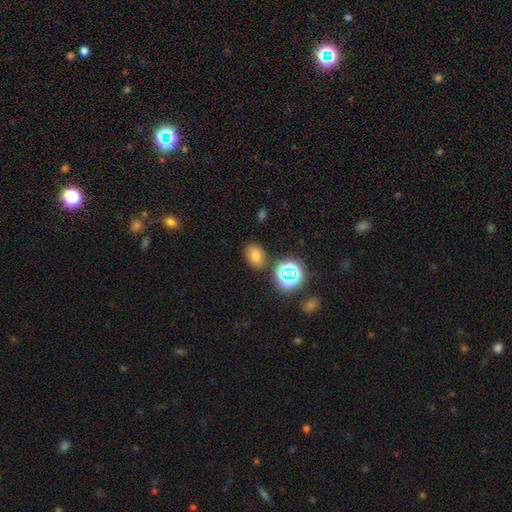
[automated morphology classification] Smooth or featured? smooth (70%)
How rounded? in between (68%)
Merging? none (82%)